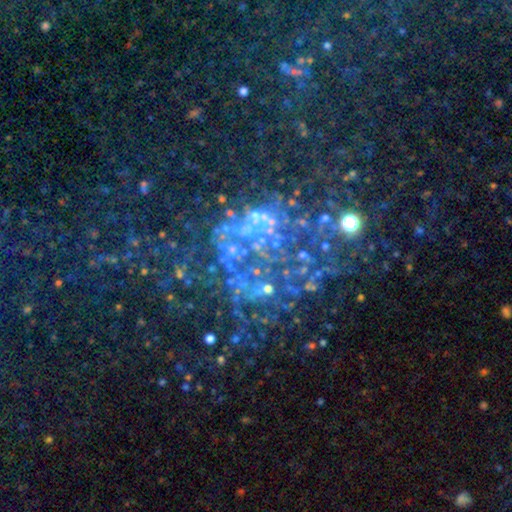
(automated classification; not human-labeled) Smooth or featured? star or artifact (62%)